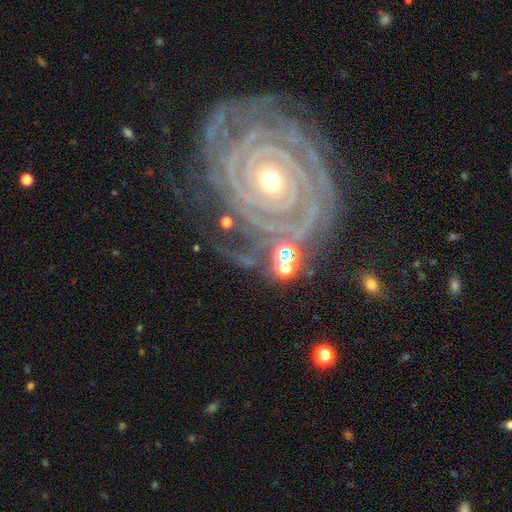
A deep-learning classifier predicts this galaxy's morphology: This is clearly a featured or disk galaxy (90%). It is clearly not viewed edge-on (97%). Bar: likely no (76%). Spiral arm pattern: clearly yes (97%). Spiral arm count: marginally 2 (26%). Spiral winding: clearly tight (89%). Central bulge: possibly small (49%). Merging: likely none (72%).